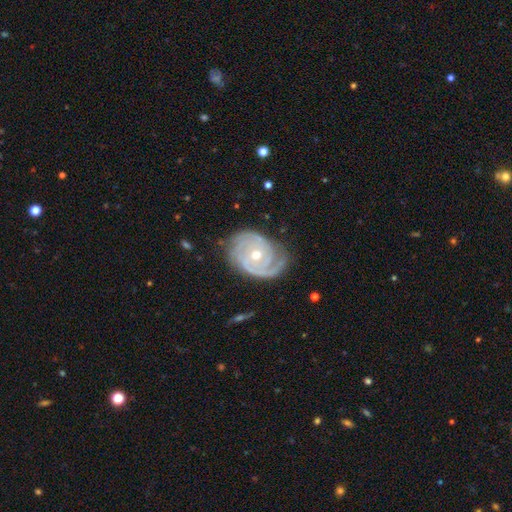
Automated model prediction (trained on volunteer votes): This is clearly a featured or disk galaxy (89%). It is clearly not viewed edge-on (97%). Bar: likely no (72%). Spiral arm pattern: clearly yes (97%). Spiral arm count: marginally 2 (40%). Spiral winding: likely tight (72%). Central bulge: likely moderate (64%). Merging: likely none (73%).